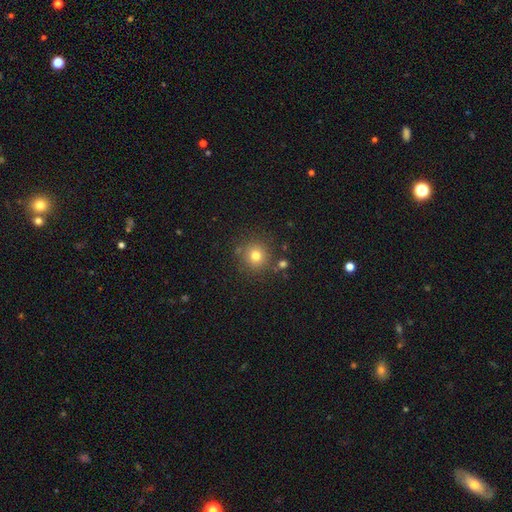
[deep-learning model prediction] Smooth or featured? smooth (77%)
How rounded? round (93%)
Merging? none (83%)